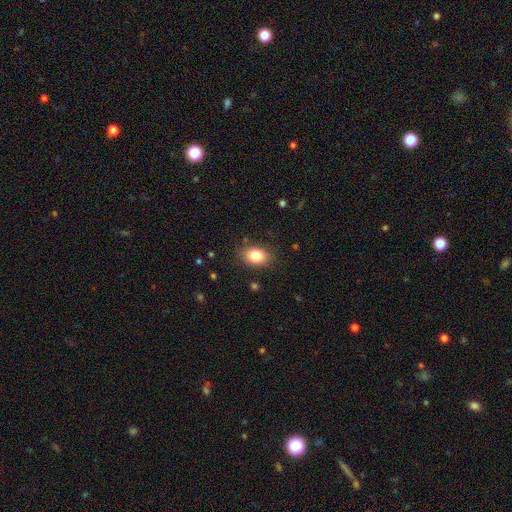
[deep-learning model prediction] Smooth or featured?
  - smooth: 83% *
  - star or artifact: 9%
  - featured or disk: 8%
How rounded?
  - in between: 78% *
  - round: 21%
  - cigar-shaped: 1%
Merging?
  - none: 84% *
  - minor disturbance: 12%
  - major disturbance: 3%
  - merger: 1%